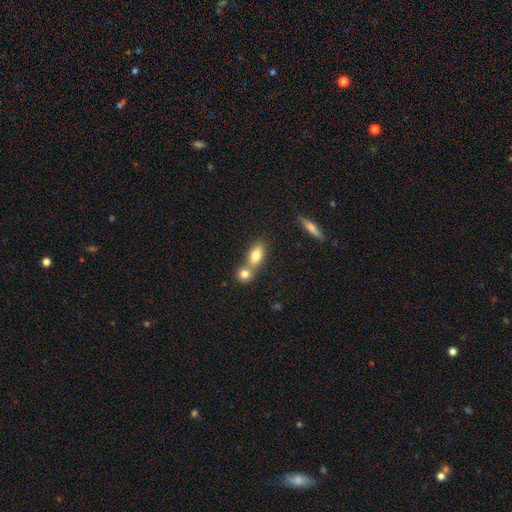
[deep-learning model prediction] Smooth or featured? smooth (79%)
How rounded? in between (76%)
Merging? merger (54%)